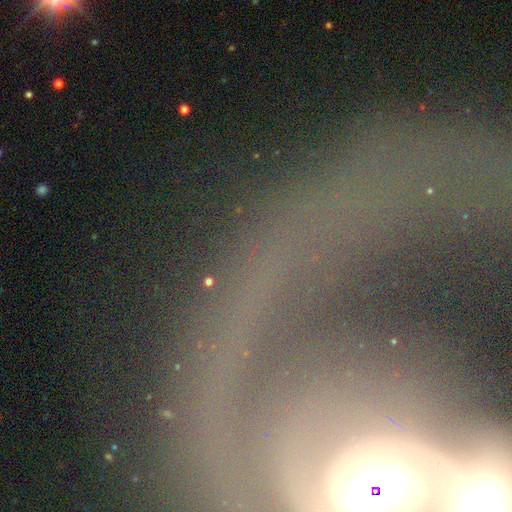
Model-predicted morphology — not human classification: This appears to be a featured or disk galaxy (57%). Merging: none (47%).